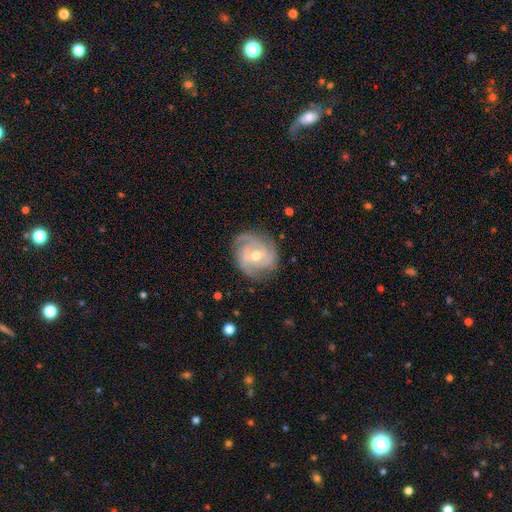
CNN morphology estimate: Smooth or featured? featured or disk (87%)
Edge-on disk? no (98%)
Bar? no (59%)
Spiral arms? yes (97%)
Spiral winding? tight (60%)
Spiral arm count? 3 (47%)
Bulge size? moderate (58%)
Merging? none (78%)